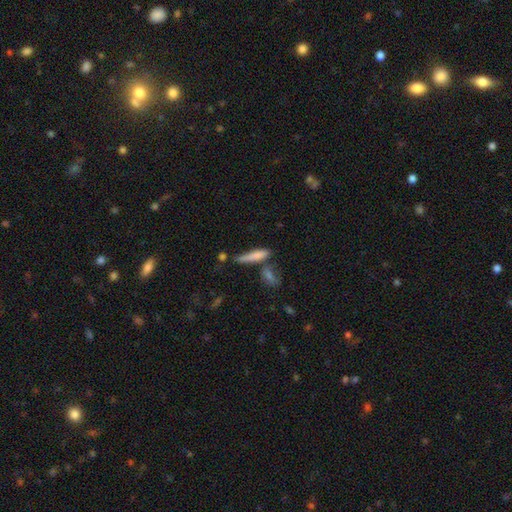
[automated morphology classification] Q: Smooth or featured?
A: smooth (74%); runner-up: featured or disk (18%)
Q: How rounded?
A: cigar-shaped (77%); runner-up: in between (20%)
Q: Merging?
A: none (51%); runner-up: minor disturbance (21%)